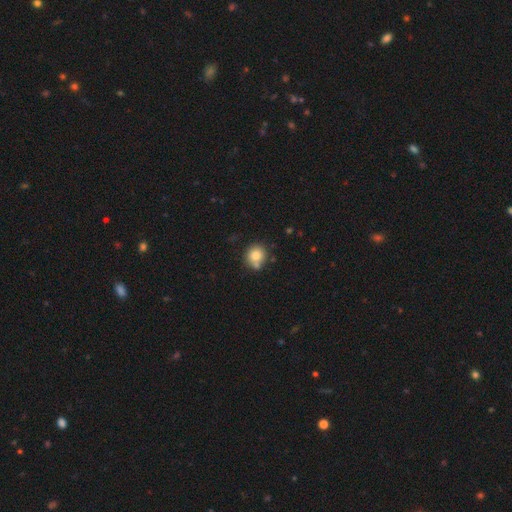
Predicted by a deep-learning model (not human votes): Smooth or featured? smooth (80%)
How rounded? round (83%)
Merging? none (61%)